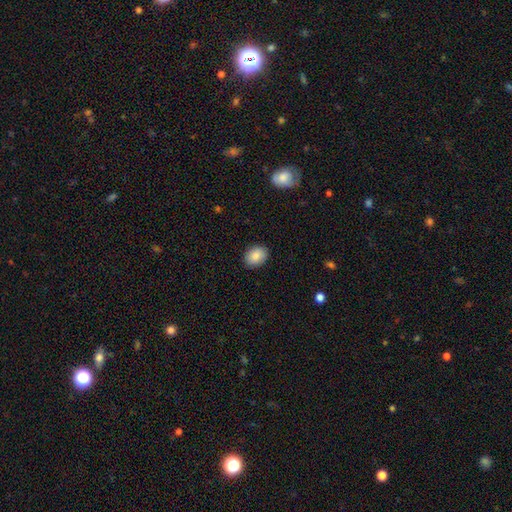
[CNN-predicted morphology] smooth 86%, star or artifact 8%, featured or disk 6%. Down the decision tree: how rounded — in between (61%); merging — none (89%).